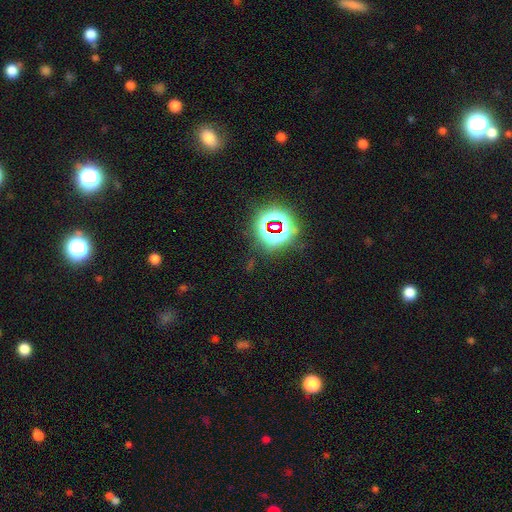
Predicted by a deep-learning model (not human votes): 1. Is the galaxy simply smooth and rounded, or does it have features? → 78% star or artifact, 15% smooth, 8% featured or disk.